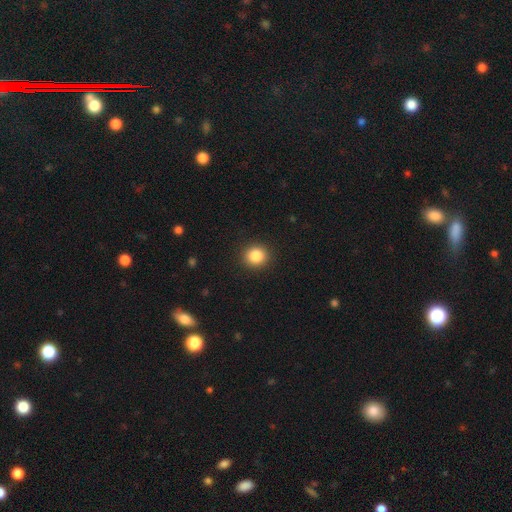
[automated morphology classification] Overall: smooth (85%). How rounded: round (89%). Merging: none (92%).